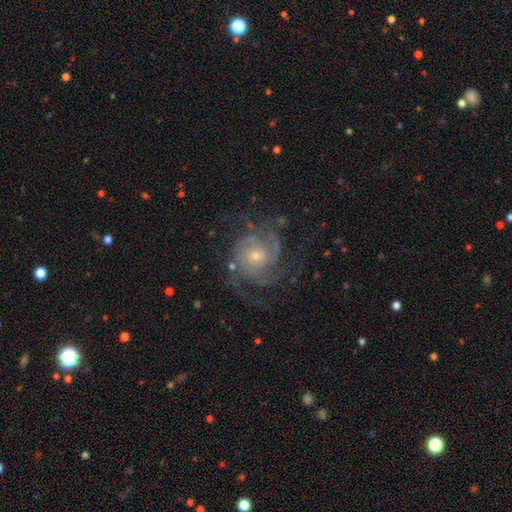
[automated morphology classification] The model was most divided on "spiral winding": tight: 51%, medium: 40%, loose: 9%. Remaining: edge-on disk — no (98%); spiral arms — yes (97%); smooth or featured — featured or disk (88%); bar — no (74%); merging — none (69%); bulge size — small (61%); spiral arm count — 3 (34%).